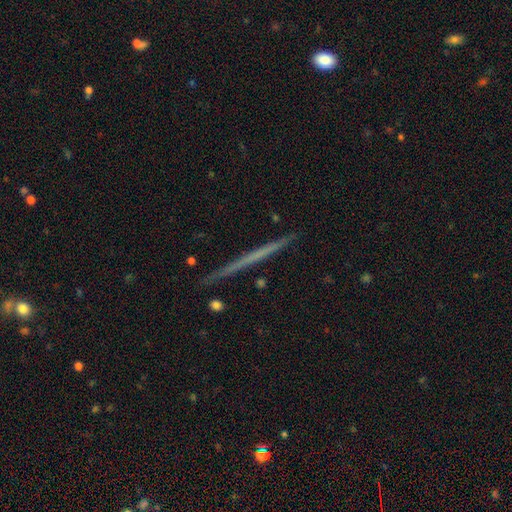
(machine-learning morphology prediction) A featured or disk galaxy (58%) viewed edge-on (98%) with no central bulge (92%). Merging: none (92%).